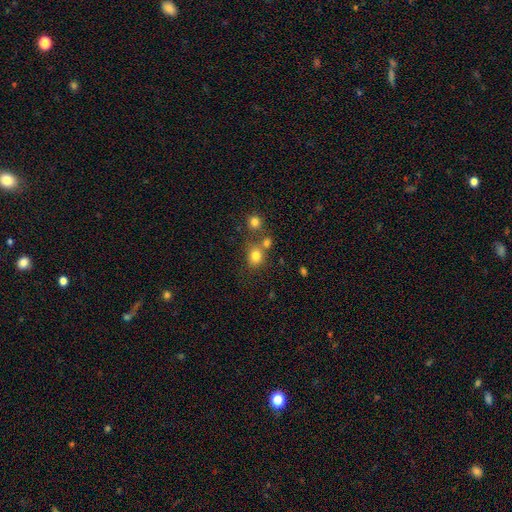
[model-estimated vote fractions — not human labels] This is likely a smooth galaxy (79%). How rounded: likely round (67%). Merging: possibly none (59%).